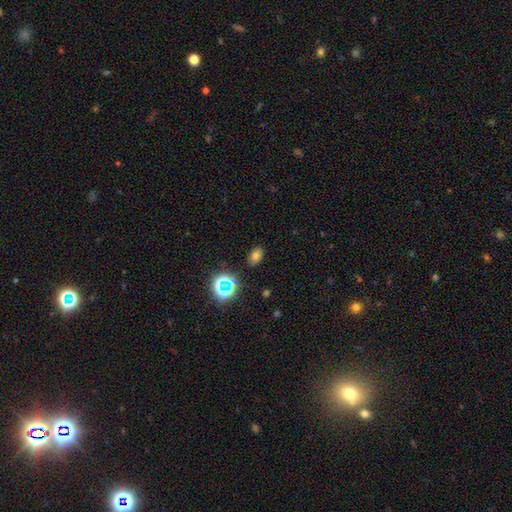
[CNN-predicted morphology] This appears to be a smooth galaxy with no disk features (68%) that is in between round and cigar-shaped (81%). Merging: none (85%).